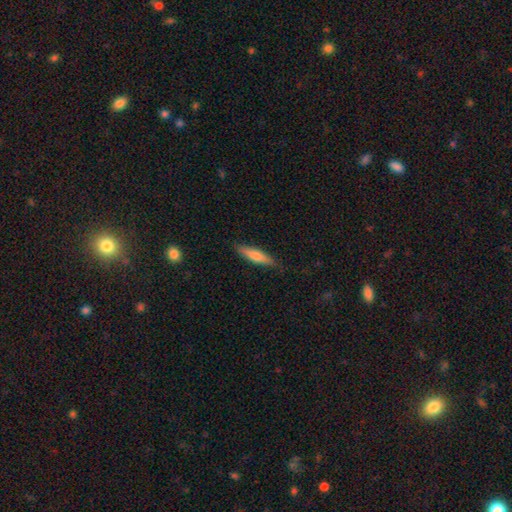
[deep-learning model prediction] This is likely a smooth galaxy (66%). How rounded: likely cigar-shaped (79%). Merging: clearly none (85%).